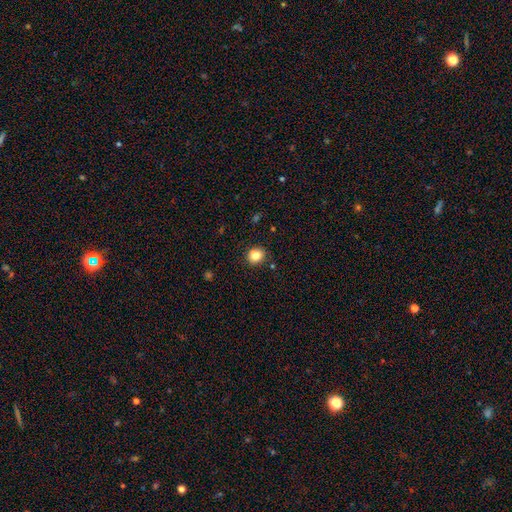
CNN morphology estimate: Q: Smooth or featured?
A: smooth (84%); runner-up: star or artifact (11%)
Q: How rounded?
A: round (82%); runner-up: in between (17%)
Q: Merging?
A: none (89%); runner-up: minor disturbance (8%)